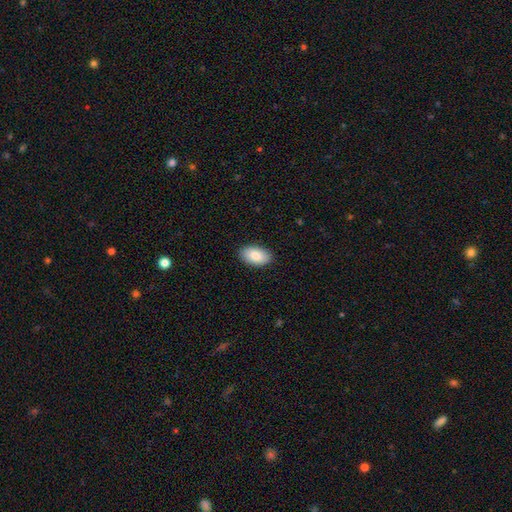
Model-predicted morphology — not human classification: Overall: smooth (86%). How rounded: in between (95%). Merging: none (89%).